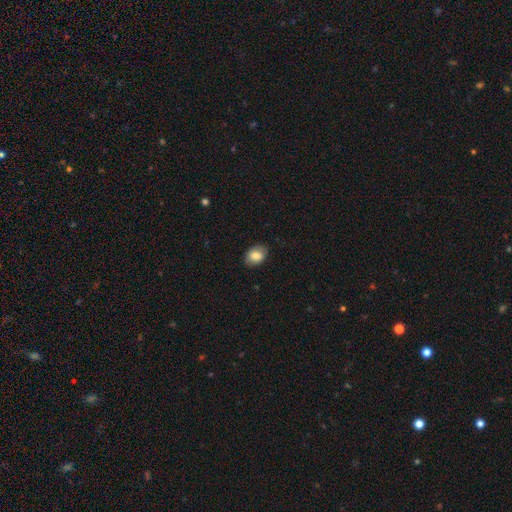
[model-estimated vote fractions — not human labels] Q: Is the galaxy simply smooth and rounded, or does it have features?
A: smooth — 83%.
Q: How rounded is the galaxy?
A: in between — 75%.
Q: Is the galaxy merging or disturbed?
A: none — 85%.